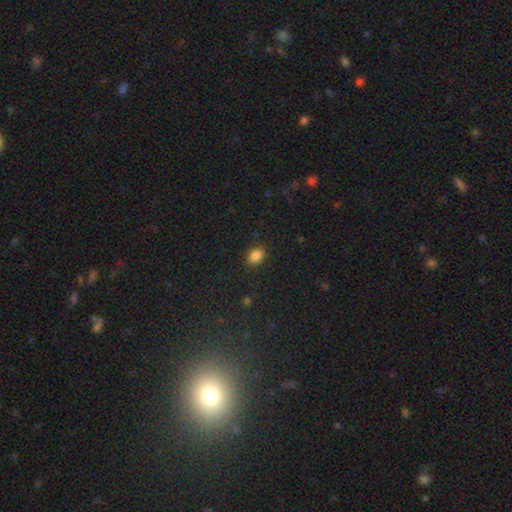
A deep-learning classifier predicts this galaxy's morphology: A smooth galaxy with no disk features (85%) that is in between round and cigar-shaped (69%).

Vote fractions:
- Smooth or featured? smooth: 85% / star or artifact: 11% / featured or disk: 4%
- How rounded? in between: 69% / round: 30% / cigar-shaped: 1%
- Merging? none: 87% / minor disturbance: 10% / major disturbance: 3% / merger: 1%